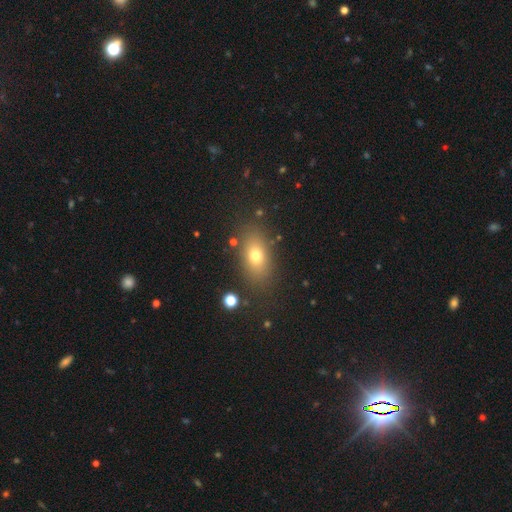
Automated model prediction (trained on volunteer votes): This appears to be a smooth galaxy with no disk features (73%) that is in between round and cigar-shaped (82%). Merging: none (83%).